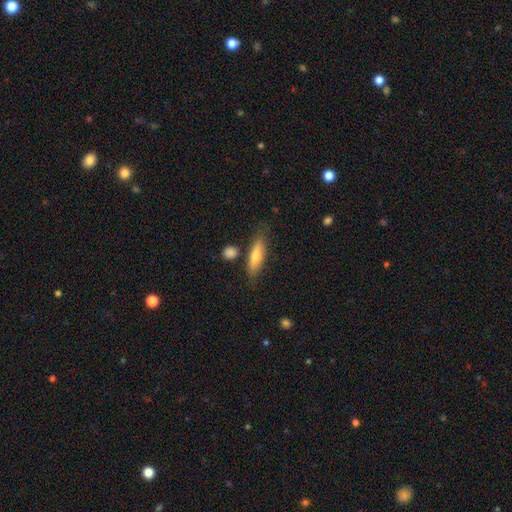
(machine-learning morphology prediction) type=smooth (66%); roundness=cigar-shaped (66%); merging=none (76%).